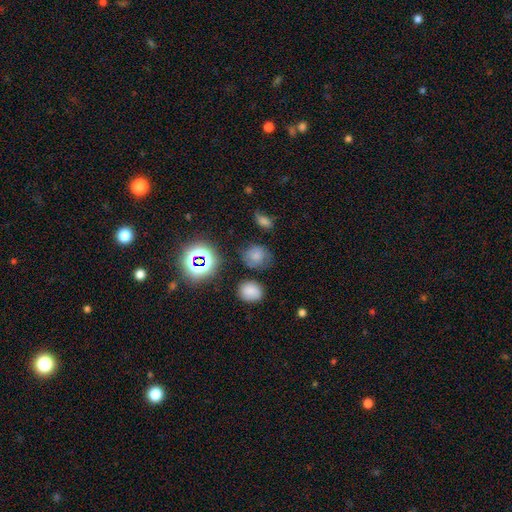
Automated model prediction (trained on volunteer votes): The model was most divided on "how rounded": round: 69%, in between: 29%, cigar-shaped: 1%. More confident: merging — none (71%); smooth or featured — smooth (67%).